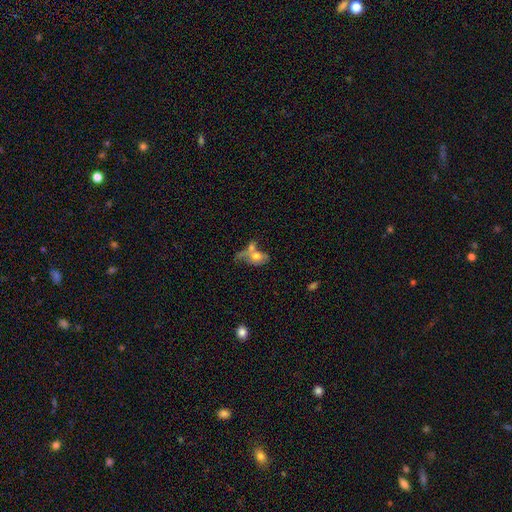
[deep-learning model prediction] Smooth or featured? smooth (57%)
How rounded? in between (80%)
Merging? merger (51%)